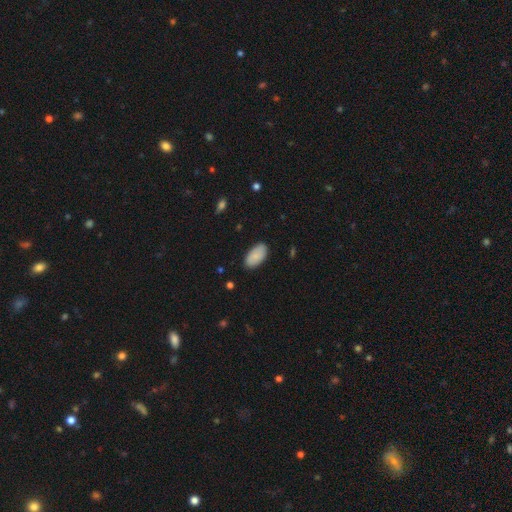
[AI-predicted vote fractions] The model was most divided on "smooth or featured": smooth: 83%, featured or disk: 10%, star or artifact: 6%. More confident: how rounded — in between (95%); merging — none (86%).